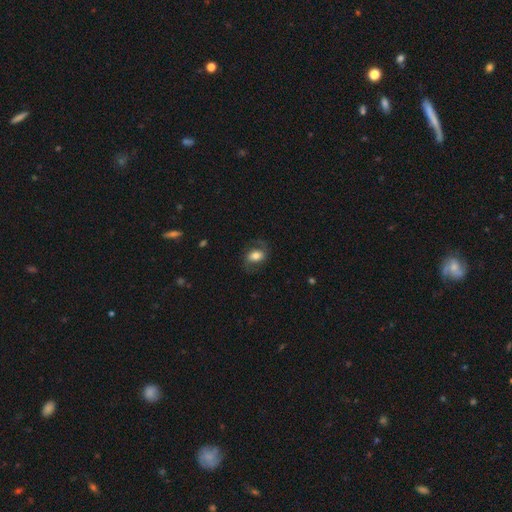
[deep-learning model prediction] A smooth galaxy with no disk features (49%). Merging: none (69%).